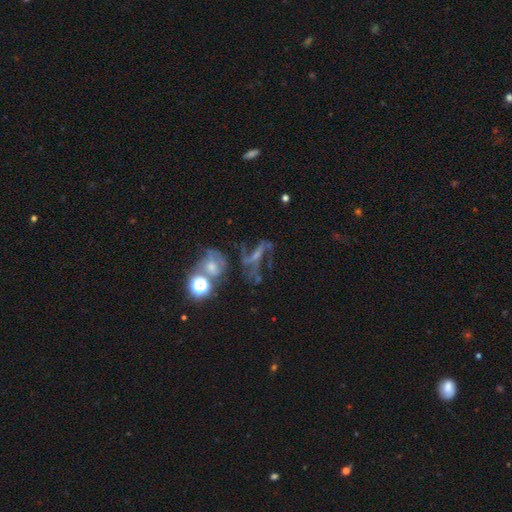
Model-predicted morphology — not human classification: Smooth or featured?
  - featured or disk: 52% *
  - star or artifact: 29%
  - smooth: 19%
Edge-on disk?
  - no: 89% *
  - yes: 11%
Merging?
  - none: 33% *
  - major disturbance: 32%
  - merger: 21%
  - minor disturbance: 14%